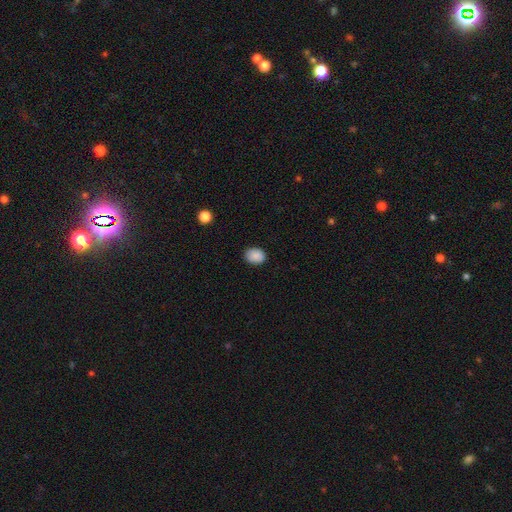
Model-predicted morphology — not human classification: A smooth galaxy with no disk features (88%) that is in between round and cigar-shaped (59%). Merging: none (85%).